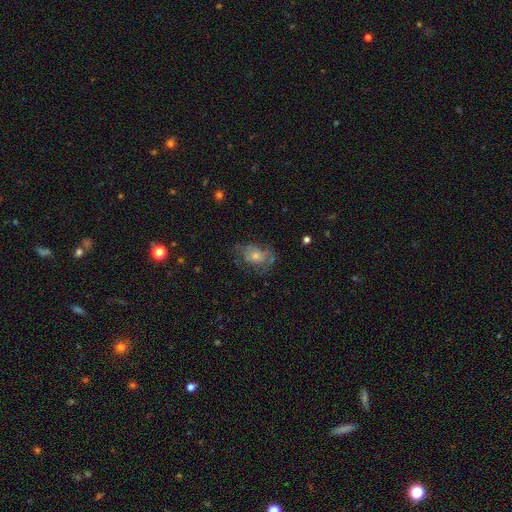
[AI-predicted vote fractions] Smooth or featured: smooth — 51% (featured or disk — 39%)
How rounded: in between — 72% (round — 26%)
Merging: none — 42% (minor disturbance — 28%)